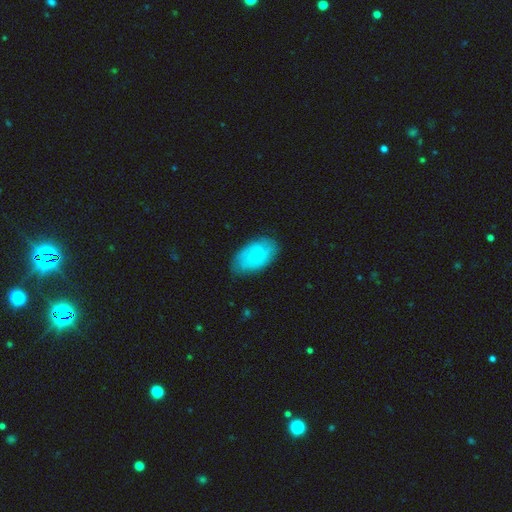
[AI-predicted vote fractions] Smooth or featured: smooth — 49% (featured or disk — 44%)
Merging: none — 73% (minor disturbance — 20%)